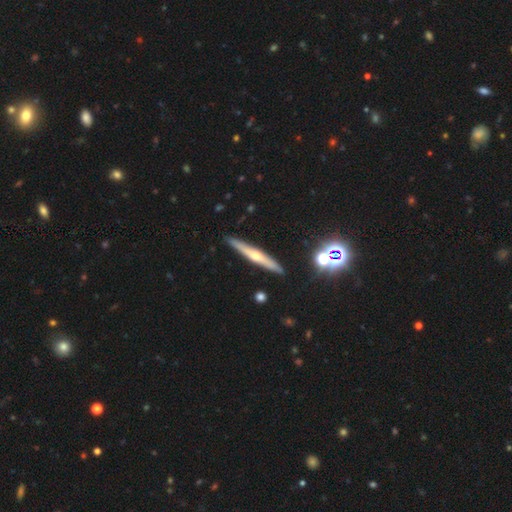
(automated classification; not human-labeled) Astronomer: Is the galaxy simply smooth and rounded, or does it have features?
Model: featured or disk — 63%.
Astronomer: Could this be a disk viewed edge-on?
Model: yes — 96%.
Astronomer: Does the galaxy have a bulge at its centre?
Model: rounded — 82%.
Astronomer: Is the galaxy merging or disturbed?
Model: none — 90%.